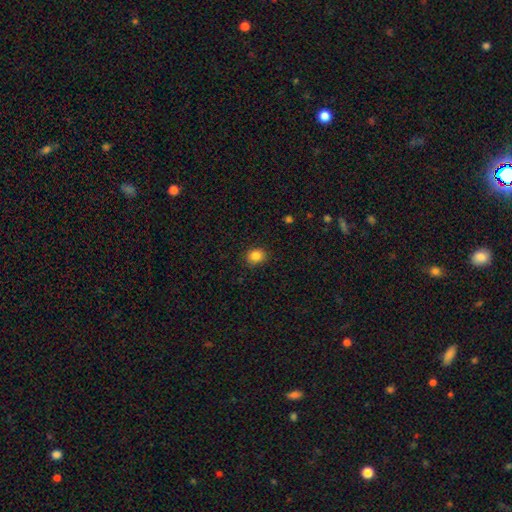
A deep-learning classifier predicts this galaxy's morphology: Smooth or featured? smooth (86%)
How rounded? round (68%)
Merging? none (87%)